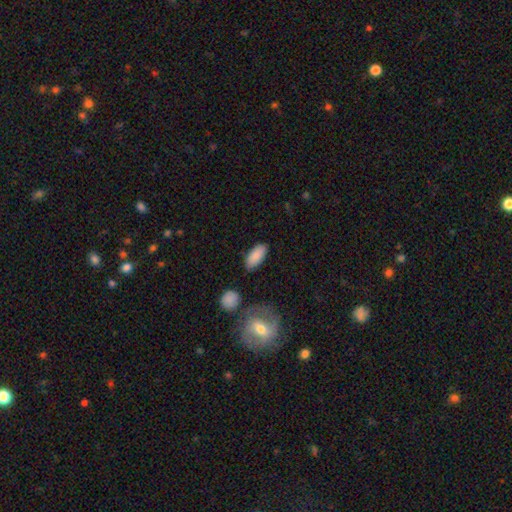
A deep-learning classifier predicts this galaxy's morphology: Smooth or featured?
  - smooth: 87% *
  - star or artifact: 7%
  - featured or disk: 6%
How rounded?
  - in between: 90% *
  - cigar-shaped: 8%
  - round: 2%
Merging?
  - none: 83% *
  - minor disturbance: 12%
  - major disturbance: 3%
  - merger: 3%